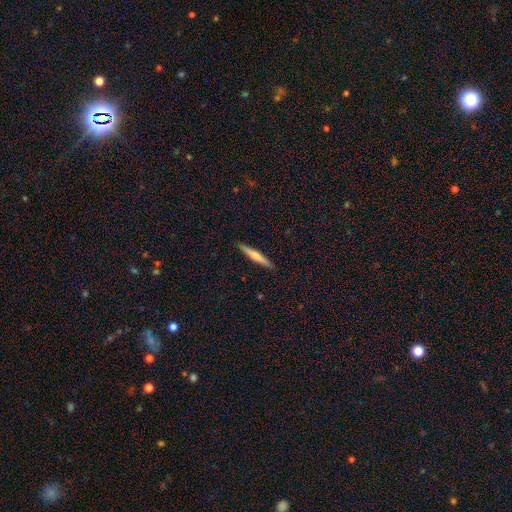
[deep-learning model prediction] smooth_or_featured: smooth (p=0.52) [alt: featured or disk p=0.43]
how_rounded: cigar-shaped (p=0.94) [alt: in between p=0.05]
merging: none (p=0.91) [alt: minor disturbance p=0.06]